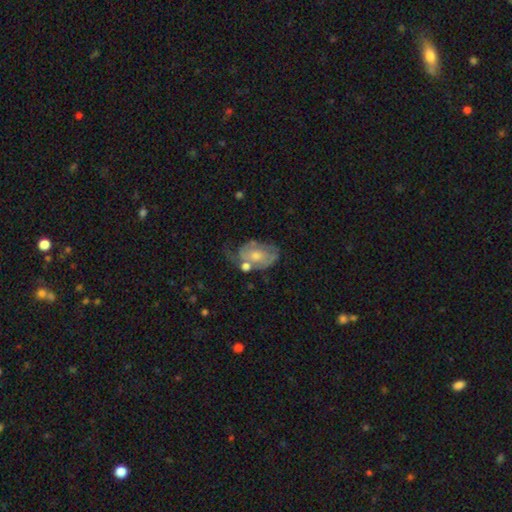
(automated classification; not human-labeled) The model was most divided on "merging": none: 38%, minor disturbance: 26%, major disturbance: 23%, merger: 13%. More confident: edge-on disk — no (95%); bar — no (74%); spiral arms — yes (72%); smooth or featured — featured or disk (64%); bulge size — moderate (56%).